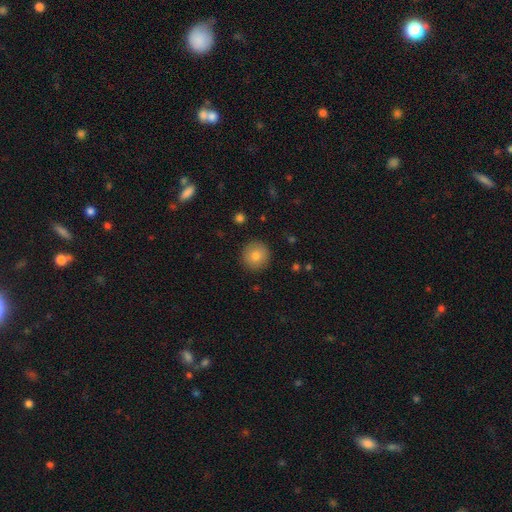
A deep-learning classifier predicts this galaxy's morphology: Smooth or featured? smooth (81%)
How rounded? round (95%)
Merging? none (91%)